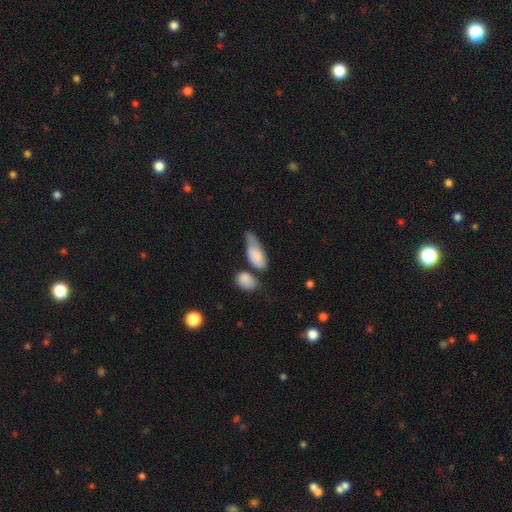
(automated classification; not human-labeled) A smooth galaxy with no disk features (76%) that is in between round and cigar-shaped (85%).

Vote fractions:
- Smooth or featured? smooth: 76% / featured or disk: 18% / star or artifact: 6%
- How rounded? in between: 85% / cigar-shaped: 11% / round: 3%
- Merging? minor disturbance: 34% / none: 24% / major disturbance: 21% / merger: 21%